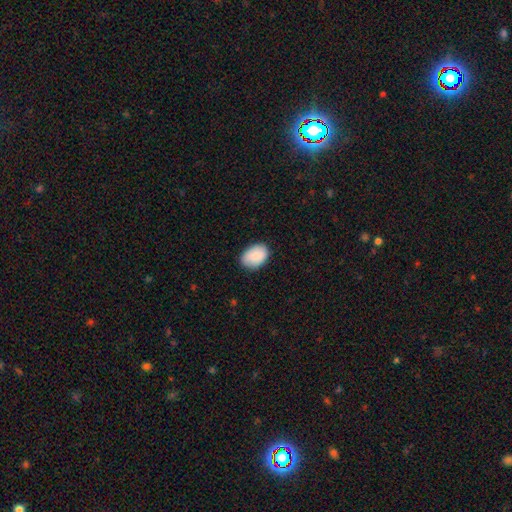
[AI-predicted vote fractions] This appears to be a smooth galaxy with no disk features (86%) that is in between round and cigar-shaped (83%). Merging: none (82%).